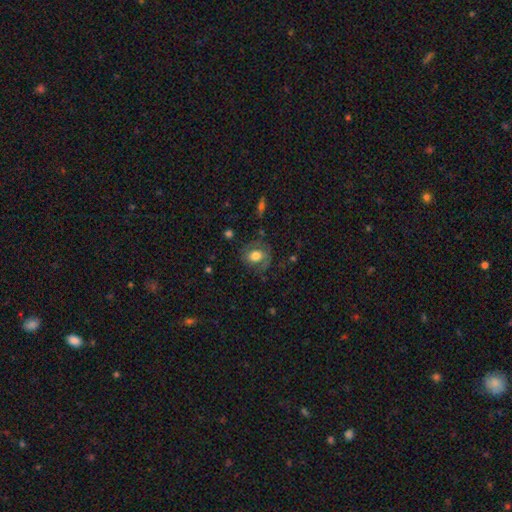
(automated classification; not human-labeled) Q: Smooth or featured?
A: smooth (59%); runner-up: featured or disk (32%)
Q: How rounded?
A: round (59%); runner-up: in between (40%)
Q: Merging?
A: none (65%); runner-up: minor disturbance (21%)